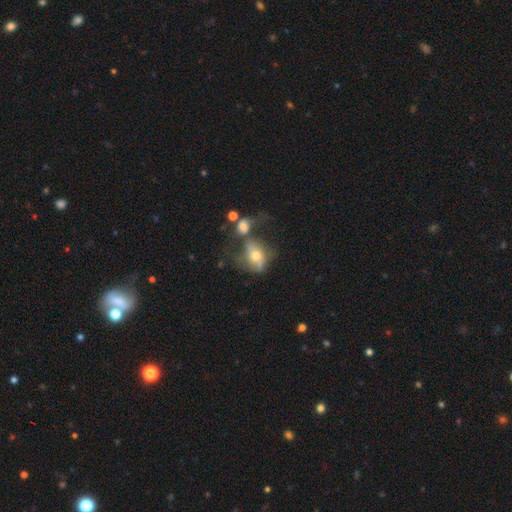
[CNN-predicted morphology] smooth_or_featured: smooth (p=0.45) [tied with: featured or disk p=0.45]
merging: merger (p=0.31) [alt: major disturbance p=0.26]